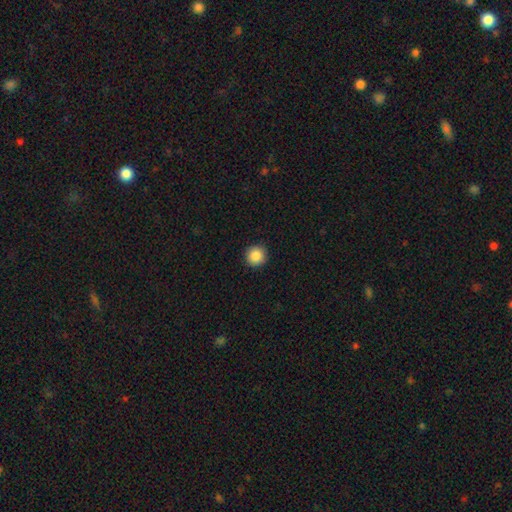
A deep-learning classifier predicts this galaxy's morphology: A smooth galaxy with no disk features (87%) that is round (95%).

Vote fractions:
- Smooth or featured? smooth: 87% / star or artifact: 9% / featured or disk: 4%
- How rounded? round: 95% / in between: 4% / cigar-shaped: 1%
- Merging? none: 92% / minor disturbance: 5% / major disturbance: 2% / merger: 1%